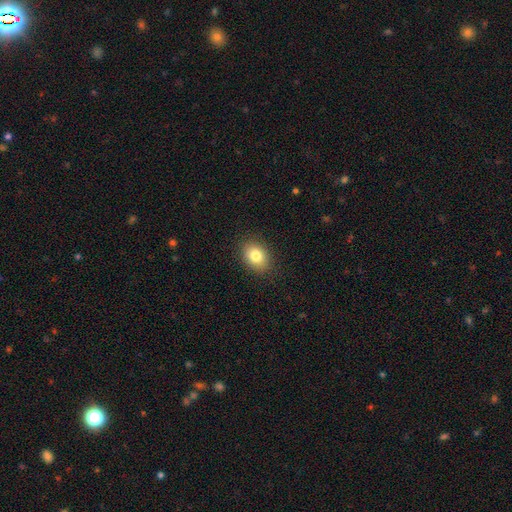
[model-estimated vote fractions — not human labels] Smooth or featured? smooth (82%)
How rounded? in between (67%)
Merging? none (88%)